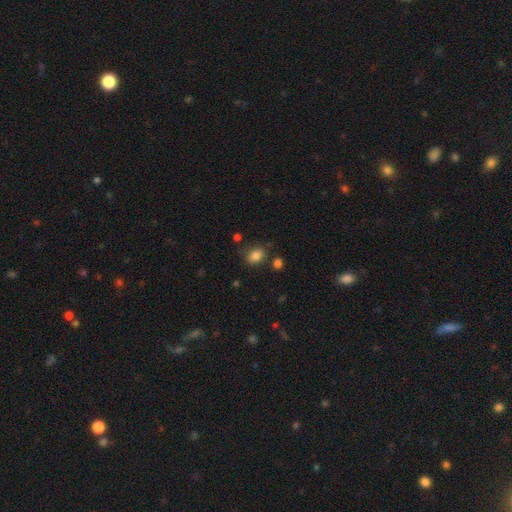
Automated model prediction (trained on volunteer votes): Q: Smooth or featured?
A: smooth (83%); runner-up: star or artifact (11%)
Q: How rounded?
A: in between (58%); runner-up: round (41%)
Q: Merging?
A: none (75%); runner-up: minor disturbance (15%)